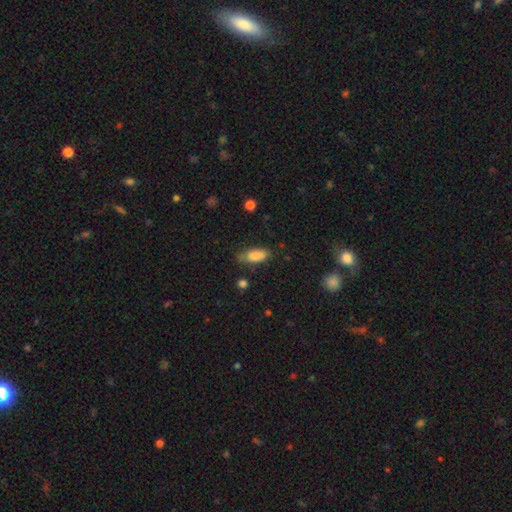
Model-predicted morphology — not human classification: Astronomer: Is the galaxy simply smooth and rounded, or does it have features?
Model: smooth — 84%.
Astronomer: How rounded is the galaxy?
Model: in between — 78%.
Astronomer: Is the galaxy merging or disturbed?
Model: none — 66%.